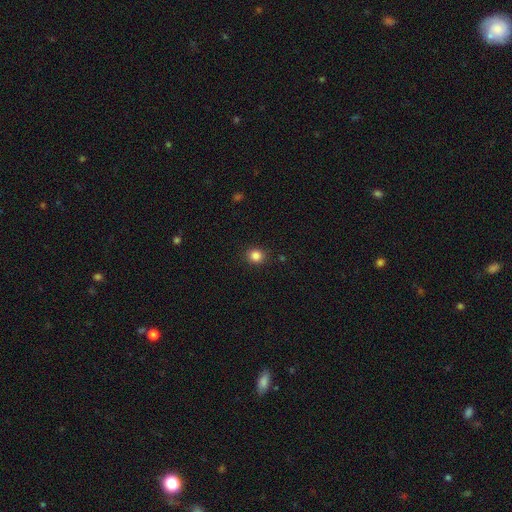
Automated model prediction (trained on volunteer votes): smooth-or-featured: smooth: 84% | star or artifact: 12% | featured or disk: 4%
  how-rounded: round: 83% | in between: 16% | cigar-shaped: 1%
  merging: none: 90% | minor disturbance: 7% | major disturbance: 2% | merger: 1%